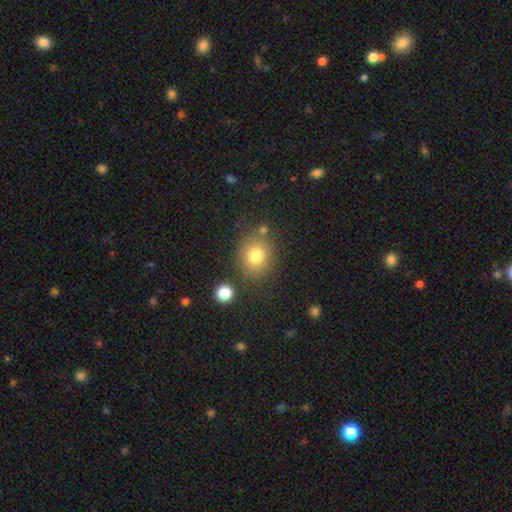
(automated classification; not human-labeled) The model was most divided on "how rounded": round: 69%, in between: 30%, cigar-shaped: 1%. More confident: smooth or featured — smooth (79%); merging — none (75%).